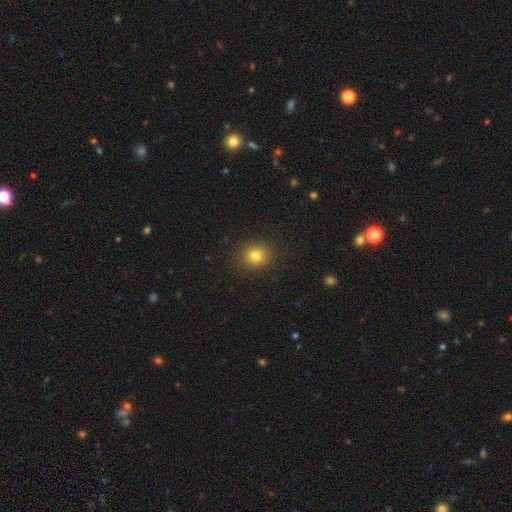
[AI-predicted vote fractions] A smooth galaxy with no disk features (80%) that is round (83%).

Vote fractions:
- Smooth or featured? smooth: 80% / star or artifact: 14% / featured or disk: 7%
- How rounded? round: 83% / in between: 16% / cigar-shaped: 1%
- Merging? none: 90% / minor disturbance: 6% / major disturbance: 2% / merger: 1%